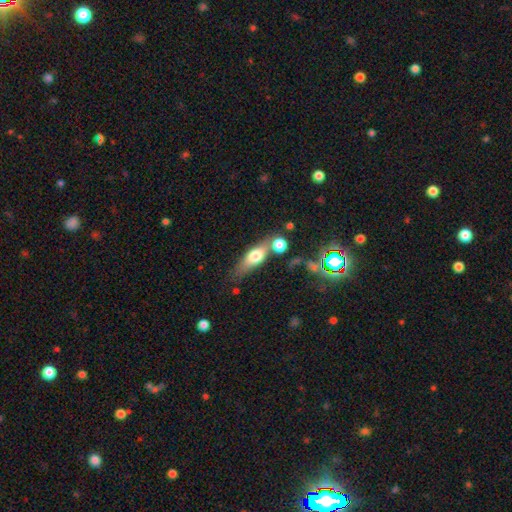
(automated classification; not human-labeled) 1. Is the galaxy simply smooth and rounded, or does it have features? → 59% smooth, 32% featured or disk, 9% star or artifact.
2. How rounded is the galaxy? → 58% in between, 36% cigar-shaped, 6% round.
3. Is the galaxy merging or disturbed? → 49% none, 26% merger, 17% minor disturbance, 7% major disturbance.